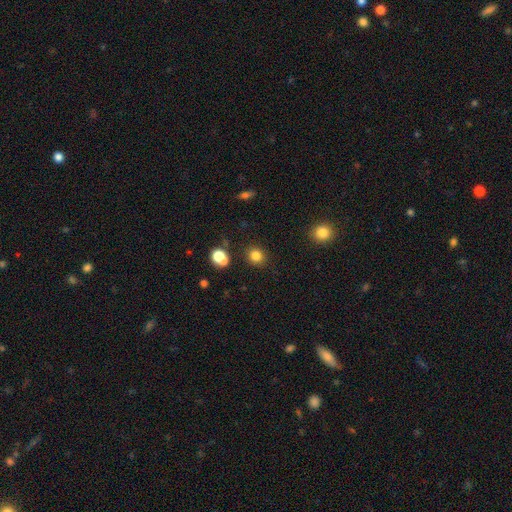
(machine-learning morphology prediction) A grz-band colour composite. It shows a smooth galaxy with no disk features (81%) that is round (84%). Merging: none (86%).